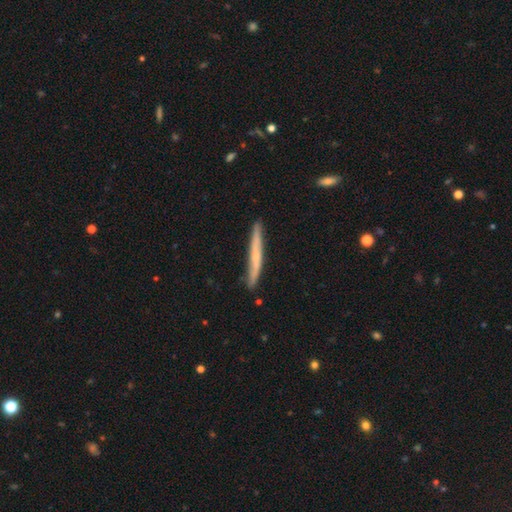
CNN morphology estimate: Overall: featured or disk (56%; smooth 38%). Edge-on disk: yes (93%). Edge-on bulge: rounded (50%; none 46%). Merging: none (85%).